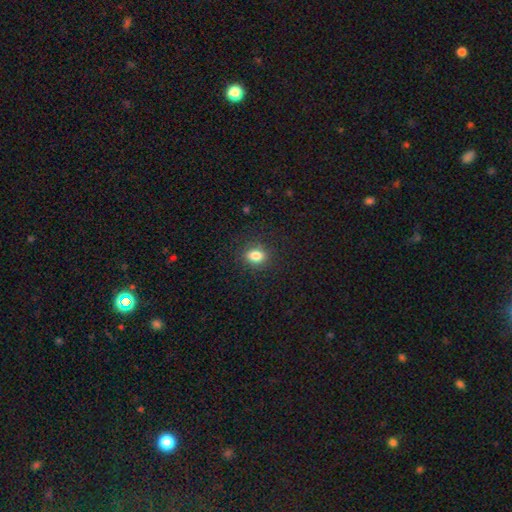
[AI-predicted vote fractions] Overall: smooth (83%). How rounded: in between (64%; round 34%). Merging: none (86%).